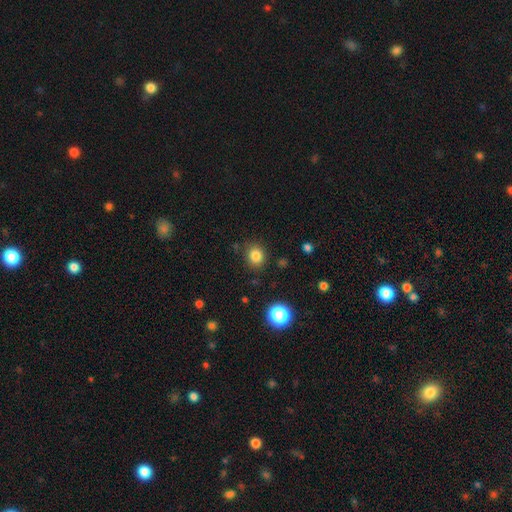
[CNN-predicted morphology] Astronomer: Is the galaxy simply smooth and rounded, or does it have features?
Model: smooth — 82%.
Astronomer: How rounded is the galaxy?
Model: round — 76%.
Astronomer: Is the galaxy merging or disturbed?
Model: none — 85%.